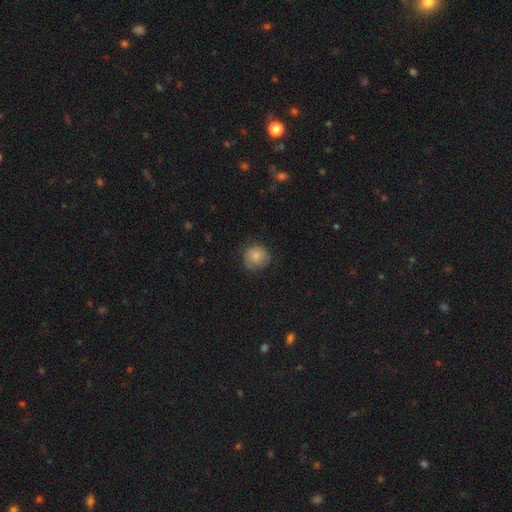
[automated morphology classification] Smooth or featured? smooth (75%)
How rounded? round (87%)
Merging? none (68%)